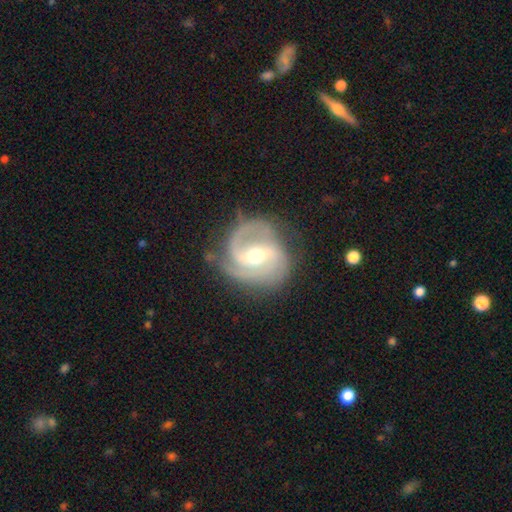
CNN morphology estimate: A featured or disk galaxy (91%) with a weak bar (48%), 2 (62%) medium (51%) spiral arms (98%) and a moderate central bulge (68%).

Vote fractions:
- Smooth or featured? featured or disk: 91% / smooth: 5% / star or artifact: 4%
- Edge-on disk? no: 98% / yes: 2%
- Bar? weak: 48% / strong: 28% / no: 23%
- Spiral arms? yes: 98% / no: 2%
- Spiral winding? medium: 51% / tight: 36% / loose: 13%
- Spiral arm count? 2: 62% / 3: 22% / can't tell: 6% / 1: 4% / 4: 3% / more than 4: 2%
- Bulge size? moderate: 68% / small: 27% / large: 4% / none: 1% / dominant: 1%
- Merging? none: 73% / minor disturbance: 18% / major disturbance: 7% / merger: 2%